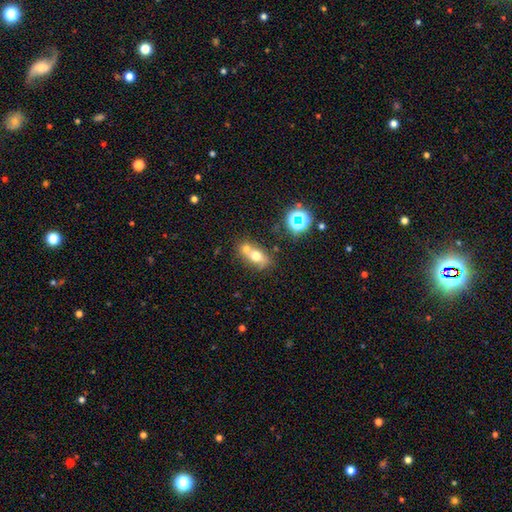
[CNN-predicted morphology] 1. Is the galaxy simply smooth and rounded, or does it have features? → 64% smooth, 22% featured or disk, 14% star or artifact.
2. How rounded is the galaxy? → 62% in between, 32% round, 5% cigar-shaped.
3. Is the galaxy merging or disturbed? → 49% merger, 37% none, 10% minor disturbance, 4% major disturbance.